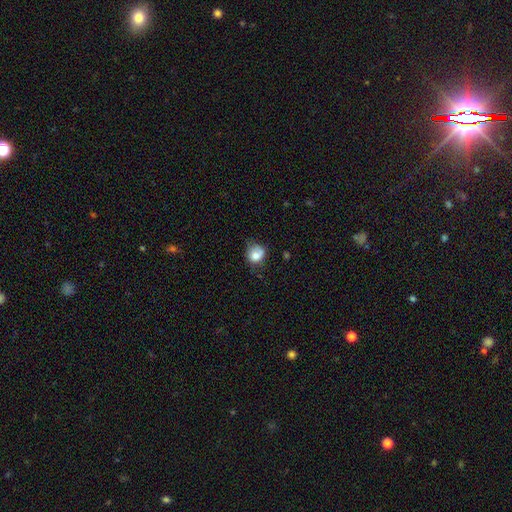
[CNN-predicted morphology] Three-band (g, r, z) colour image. It shows a smooth galaxy with no disk features (75%) that is round (69%). Merging: none (42%).